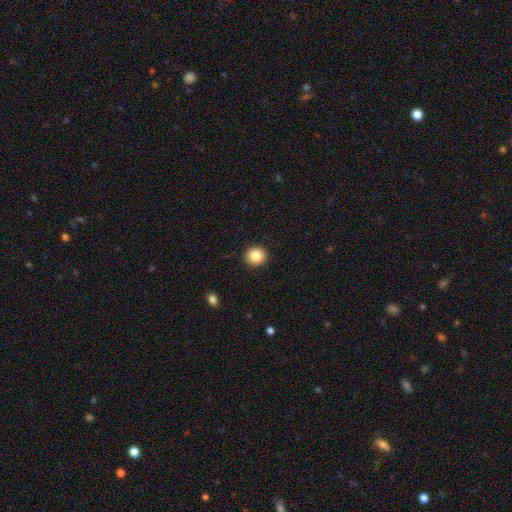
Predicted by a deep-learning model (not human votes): smooth 85%, star or artifact 9%, featured or disk 6%. Down the decision tree: how rounded — round (91%); merging — none (93%).